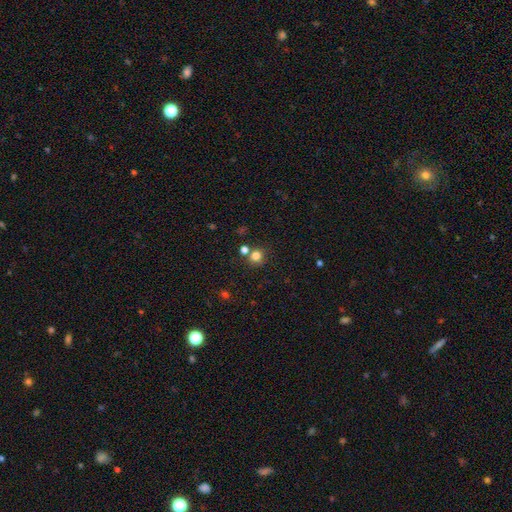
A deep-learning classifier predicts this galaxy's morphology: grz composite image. It shows a smooth galaxy with no disk features (79%) that is round (88%). Merging: none (70%).